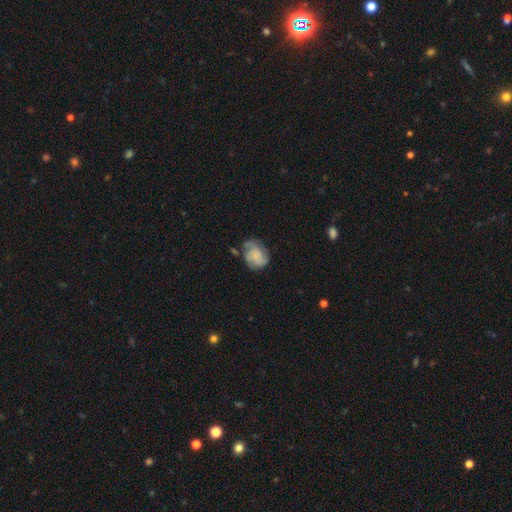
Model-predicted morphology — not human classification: Overall: featured or disk (53%; smooth 39%). Edge-on disk: no (98%). Bar: no (78%). Spiral arms: yes (75%). Bulge size: none (43%; small 34%). Merging: none (48%; minor disturbance 29%).